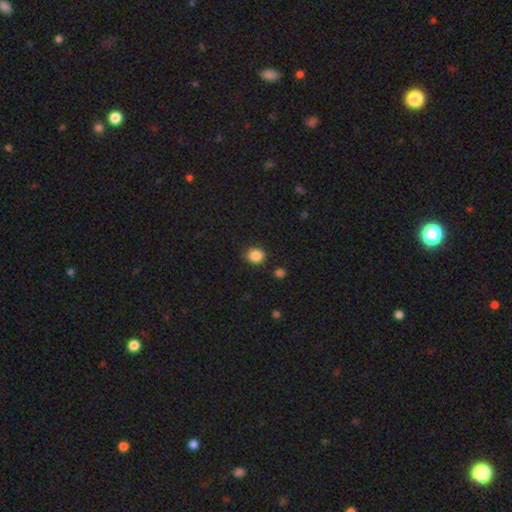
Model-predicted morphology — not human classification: smooth_or_featured: smooth (p=0.86) [alt: star or artifact p=0.10]
how_rounded: round (p=0.81) [alt: in between p=0.18]
merging: none (p=0.83) [alt: minor disturbance p=0.12]